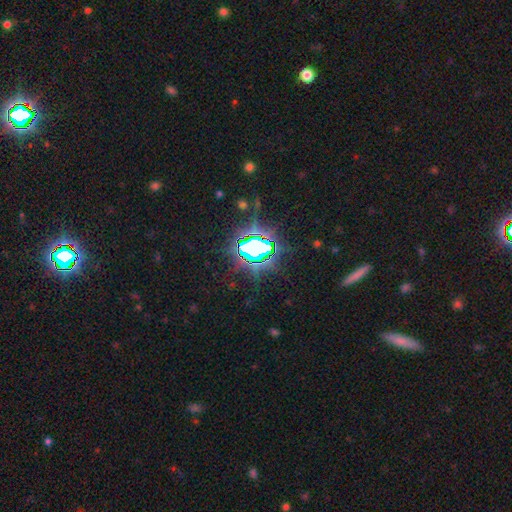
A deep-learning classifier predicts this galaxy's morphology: Overall: star or artifact (78%).